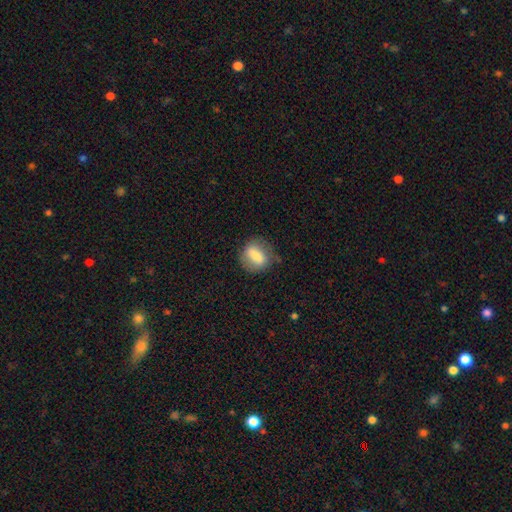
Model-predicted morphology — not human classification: This appears to be a smooth galaxy with no disk features (71%) that is in between round and cigar-shaped (55%). Merging: none (67%).